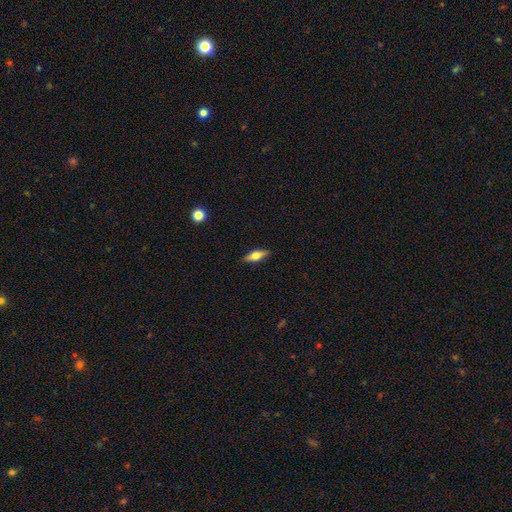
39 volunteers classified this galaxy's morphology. Volunteers were most divided on "smooth or featured": smooth: 51%, featured or disk: 46%, star or artifact: 3%. More confident: merging — none (89%); how rounded — in between (55%).